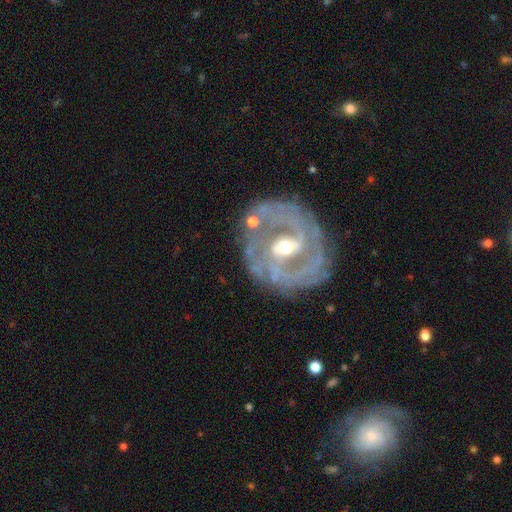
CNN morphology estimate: Smooth or featured? Predicted: featured or disk (p=0.81). Edge-on disk? Predicted: no (p=0.95). Bar? Predicted: weak (p=0.40). Spiral arms? Predicted: yes (p=0.78). Spiral winding? Predicted: tight (p=0.56). Spiral arm count? Predicted: 2 (p=0.54). Bulge size? Predicted: moderate (p=0.64). Merging? Predicted: none (p=0.72).